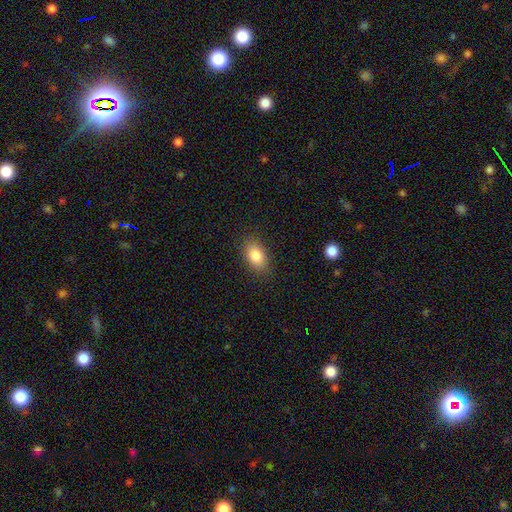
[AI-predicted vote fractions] smooth 84%, featured or disk 8%, star or artifact 8%. Down the decision tree: how rounded — in between (90%); merging — none (86%).